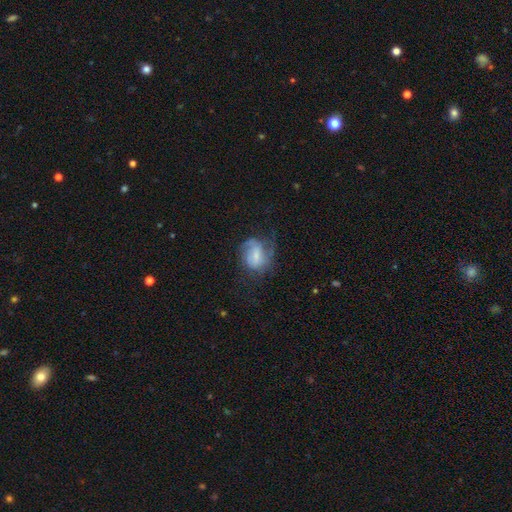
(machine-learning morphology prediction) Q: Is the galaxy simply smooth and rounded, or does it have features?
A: featured or disk — 53%.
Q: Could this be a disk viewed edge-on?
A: no — 97%.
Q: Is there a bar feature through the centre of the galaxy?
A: weak — 44%.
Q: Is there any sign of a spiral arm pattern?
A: yes — 73%.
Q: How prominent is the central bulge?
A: small — 46%.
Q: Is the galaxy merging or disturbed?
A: none — 42%.